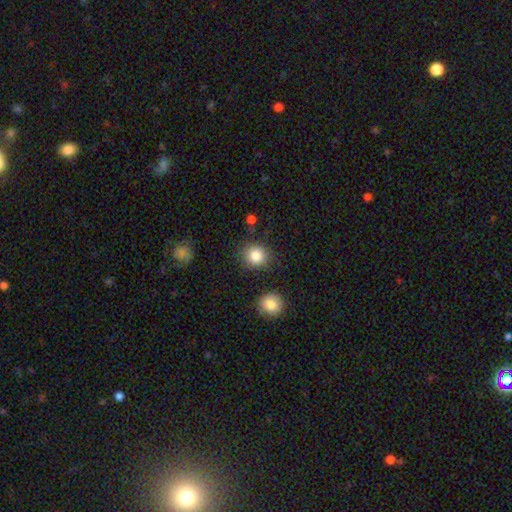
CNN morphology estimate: smooth 86%, star or artifact 9%, featured or disk 5%. Down the decision tree: how rounded — round (87%); merging — none (84%).